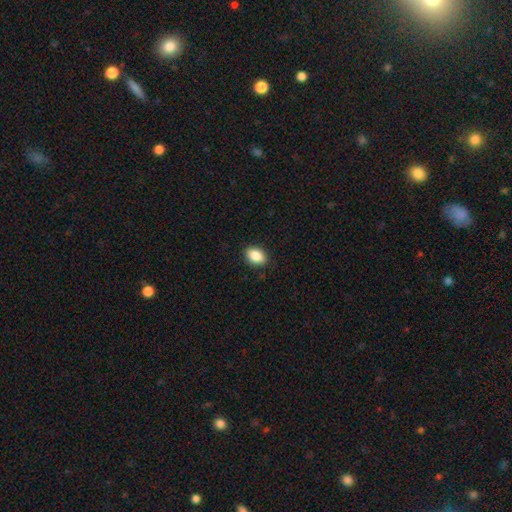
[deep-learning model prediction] Smooth or featured? smooth (87%)
How rounded? in between (84%)
Merging? none (88%)